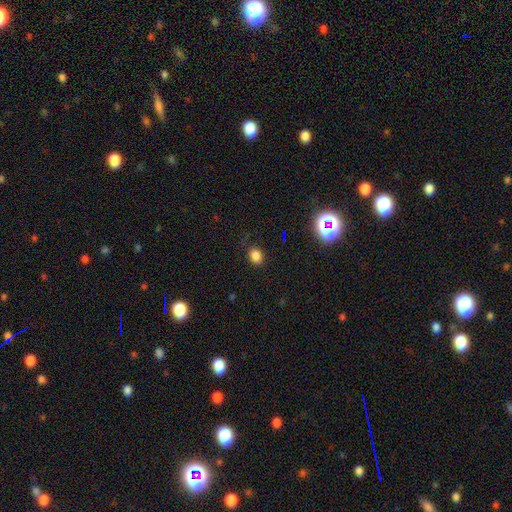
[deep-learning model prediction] Smooth or featured? smooth (80%)
How rounded? in between (53%)
Merging? none (81%)